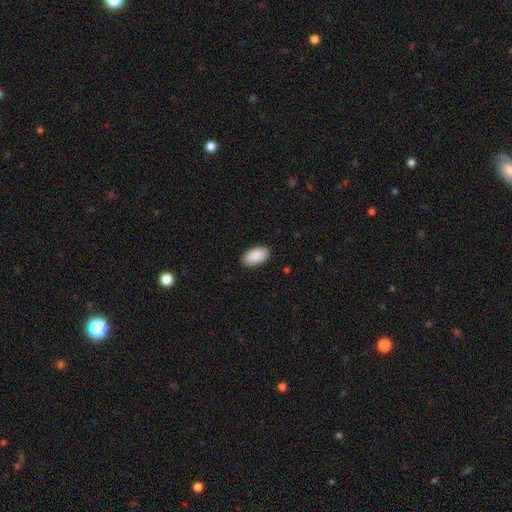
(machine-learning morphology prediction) The model was most divided on "merging": none: 89%, minor disturbance: 8%, major disturbance: 2%, merger: 1%. More confident: how rounded — in between (96%); smooth or featured — smooth (91%).